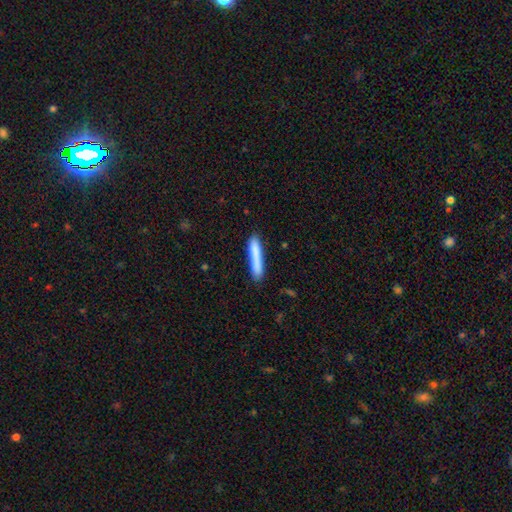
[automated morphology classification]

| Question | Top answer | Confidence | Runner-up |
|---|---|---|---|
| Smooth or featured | smooth | 82% | featured or disk (12%) |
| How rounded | cigar-shaped | 92% | in between (7%) |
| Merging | none | 80% | minor disturbance (15%) |